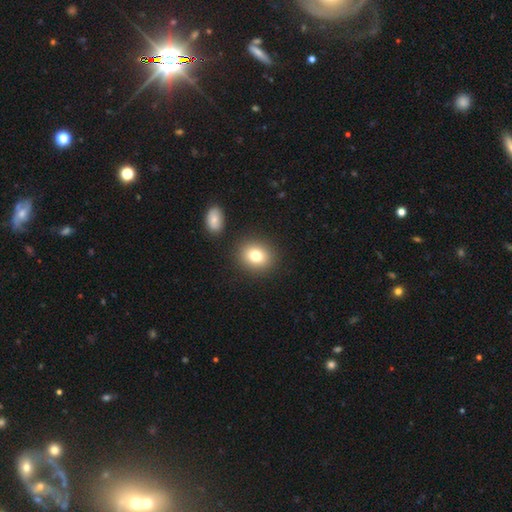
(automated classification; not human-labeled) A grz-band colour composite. It shows a smooth galaxy with no disk features (79%) that is round (69%). Merging: none (87%).